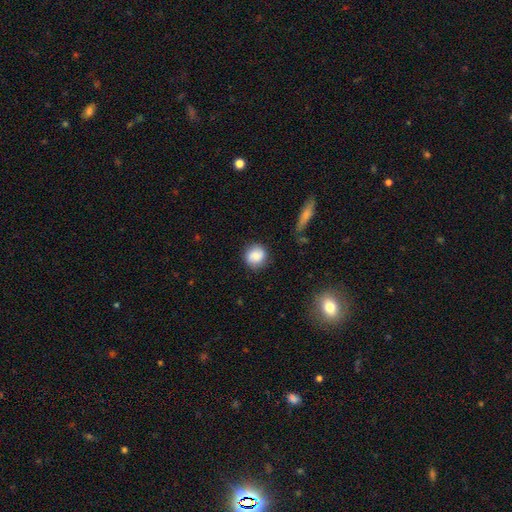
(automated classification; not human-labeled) Smooth or featured?
  - smooth: 82% *
  - featured or disk: 11%
  - star or artifact: 8%
How rounded?
  - round: 88% *
  - in between: 11%
  - cigar-shaped: 1%
Merging?
  - none: 81% *
  - minor disturbance: 14%
  - major disturbance: 3%
  - merger: 2%